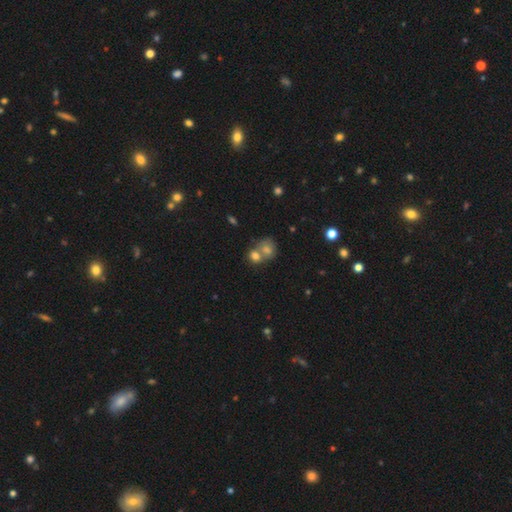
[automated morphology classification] A smooth galaxy with no disk features (74%) that is round (58%). Merging: merger (60%).